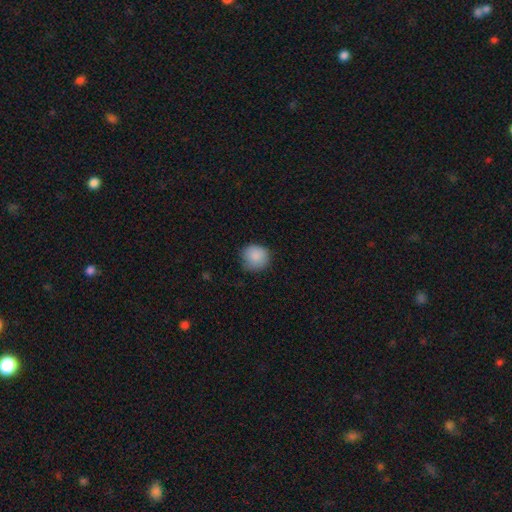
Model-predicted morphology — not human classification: smooth 87%, star or artifact 8%, featured or disk 5%. Down the decision tree: how rounded — round (90%); merging — none (75%).